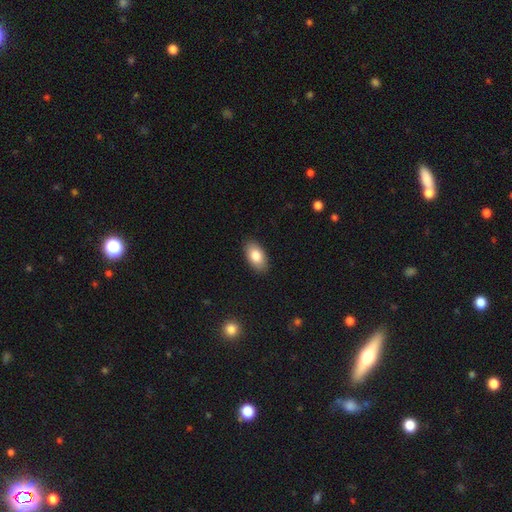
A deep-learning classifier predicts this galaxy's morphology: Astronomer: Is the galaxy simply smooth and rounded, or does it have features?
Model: smooth — 83%.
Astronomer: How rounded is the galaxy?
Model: in between — 94%.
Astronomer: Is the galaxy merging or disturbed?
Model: none — 88%.